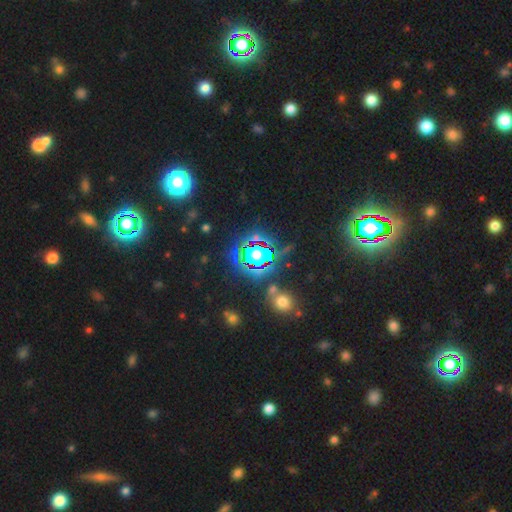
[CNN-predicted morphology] type=star or artifact (68%).